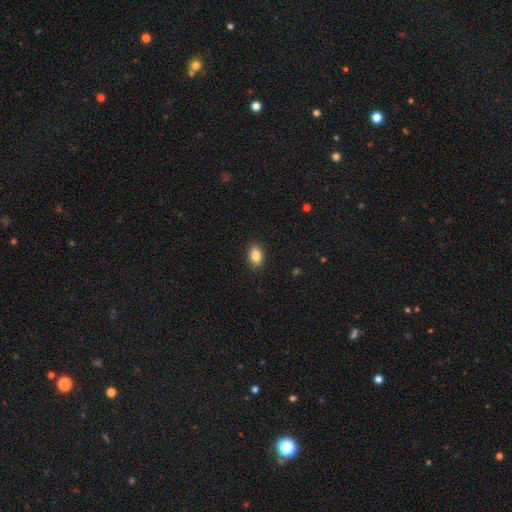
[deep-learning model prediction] Smooth or featured? smooth (85%)
How rounded? in between (87%)
Merging? none (90%)